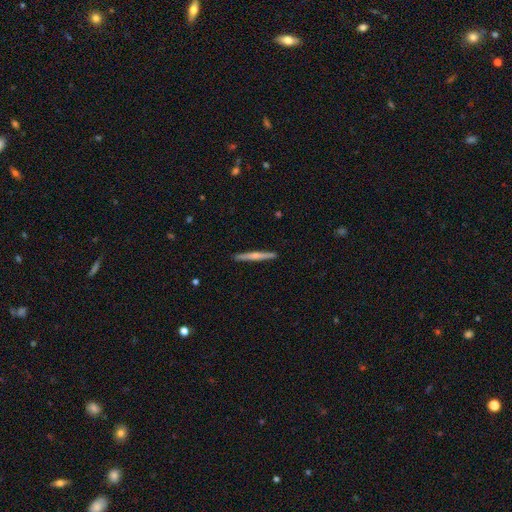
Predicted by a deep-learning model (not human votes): Q: Smooth or featured?
A: featured or disk (49%); runner-up: smooth (45%)
Q: Merging?
A: none (92%); runner-up: minor disturbance (6%)